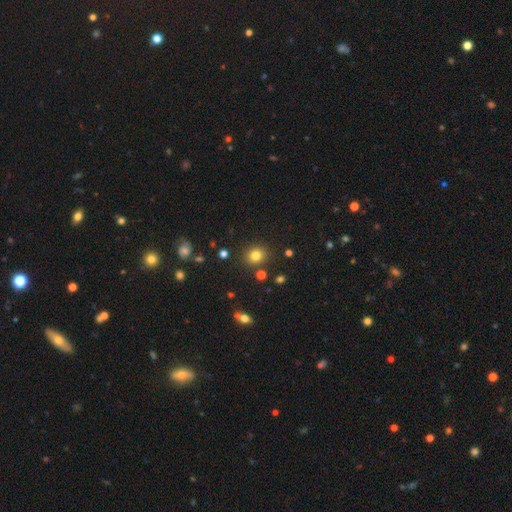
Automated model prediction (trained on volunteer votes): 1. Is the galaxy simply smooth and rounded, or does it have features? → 79% smooth, 14% star or artifact, 7% featured or disk.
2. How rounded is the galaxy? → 80% round, 19% in between, 1% cigar-shaped.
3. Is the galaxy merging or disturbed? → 86% none, 8% minor disturbance, 4% merger, 3% major disturbance.